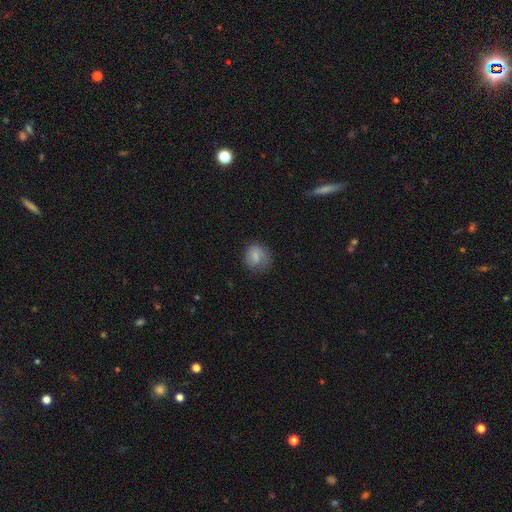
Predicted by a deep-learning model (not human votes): Smooth or featured?
  - smooth: 74% *
  - featured or disk: 17%
  - star or artifact: 9%
How rounded?
  - round: 73% *
  - in between: 26%
  - cigar-shaped: 1%
Merging?
  - none: 58% *
  - minor disturbance: 26%
  - major disturbance: 14%
  - merger: 2%